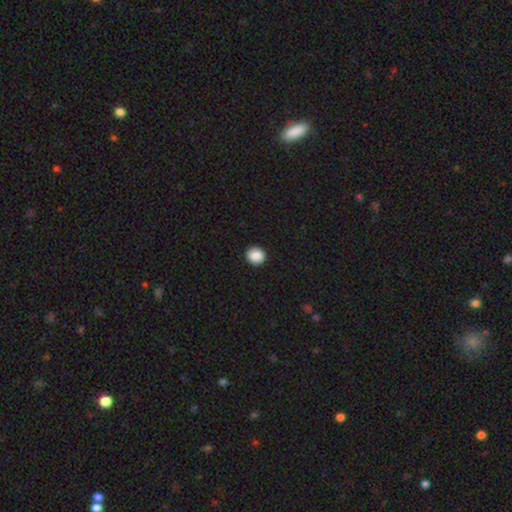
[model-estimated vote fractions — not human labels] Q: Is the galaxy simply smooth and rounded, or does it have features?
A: smooth — 88%.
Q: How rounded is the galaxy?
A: round — 86%.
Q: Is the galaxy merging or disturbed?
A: none — 93%.